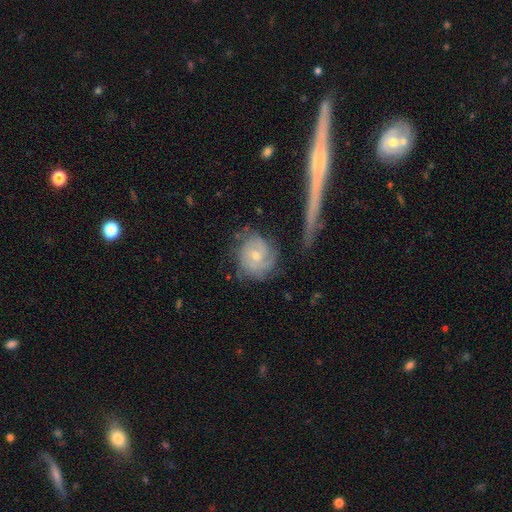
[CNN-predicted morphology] Smooth or featured: featured or disk — 68% (smooth — 25%)
Edge-on disk: no — 95% (yes — 5%)
Bar: no — 72% (weak — 23%)
Spiral arms: yes — 85% (no — 15%)
Spiral winding: tight — 61% (medium — 29%)
Spiral arm count: can't tell — 40% (2 — 24%)
Bulge size: small — 54% (moderate — 42%)
Merging: none — 64% (minor disturbance — 20%)